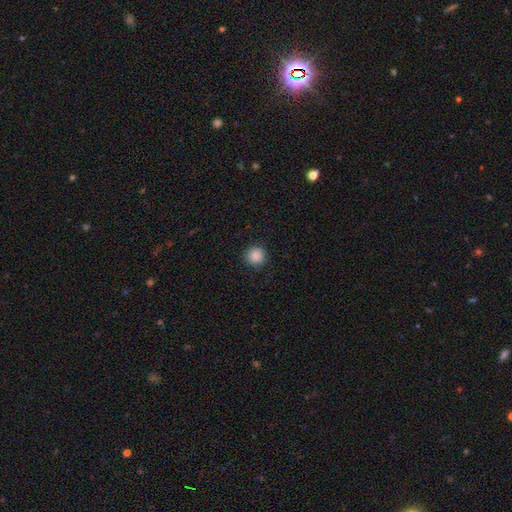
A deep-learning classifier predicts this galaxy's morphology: smooth-or-featured: smooth: 88% | star or artifact: 10% | featured or disk: 3%
  how-rounded: round: 94% | in between: 5% | cigar-shaped: 1%
  merging: none: 91% | minor disturbance: 6% | major disturbance: 2% | merger: 1%